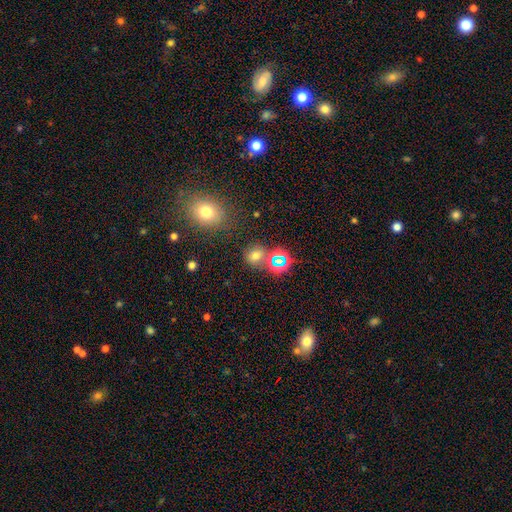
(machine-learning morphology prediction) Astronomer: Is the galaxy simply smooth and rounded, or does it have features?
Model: smooth — 61%.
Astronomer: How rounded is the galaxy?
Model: round — 72%.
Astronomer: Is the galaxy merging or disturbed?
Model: none — 69%.